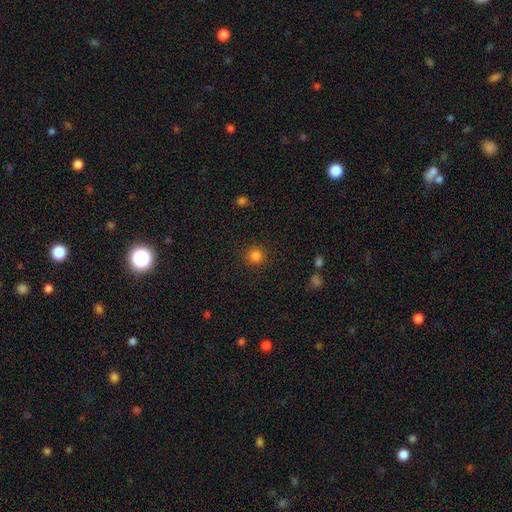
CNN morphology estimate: Q: Smooth or featured?
A: smooth (83%); runner-up: star or artifact (13%)
Q: How rounded?
A: round (93%); runner-up: in between (6%)
Q: Merging?
A: none (90%); runner-up: minor disturbance (6%)